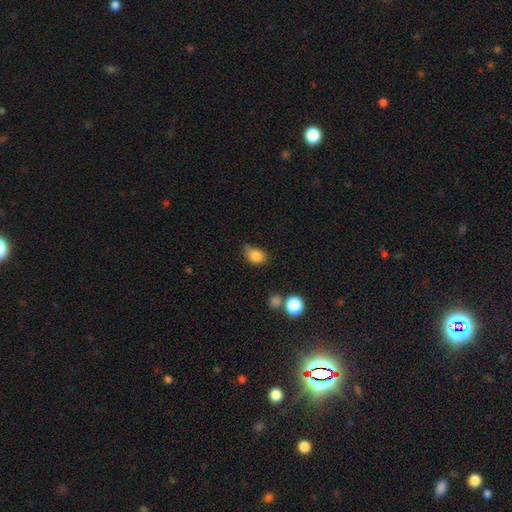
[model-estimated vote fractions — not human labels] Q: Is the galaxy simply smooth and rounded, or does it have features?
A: smooth — 83%.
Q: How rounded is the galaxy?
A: in between — 69%.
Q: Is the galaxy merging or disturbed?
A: none — 46%.